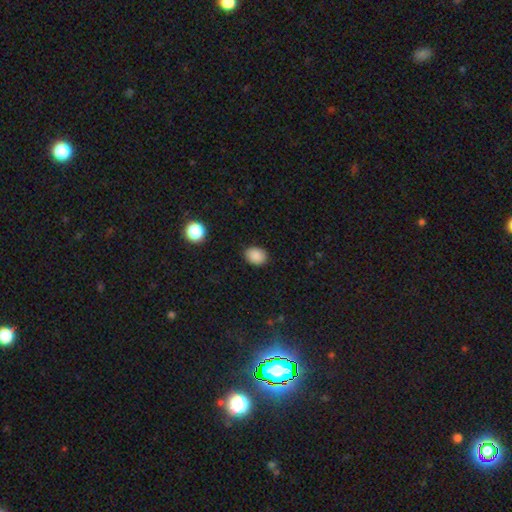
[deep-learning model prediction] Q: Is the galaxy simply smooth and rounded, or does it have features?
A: smooth — 88%.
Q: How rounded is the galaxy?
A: in between — 63%.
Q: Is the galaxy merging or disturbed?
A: none — 88%.